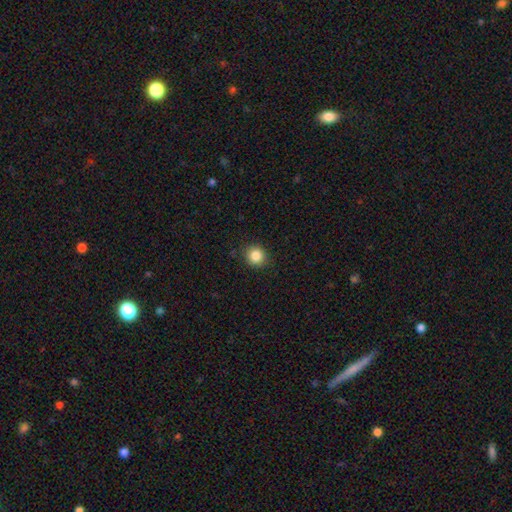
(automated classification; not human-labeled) A smooth galaxy with no disk features (85%) that is round (87%).

Vote fractions:
- Smooth or featured? smooth: 85% / star or artifact: 10% / featured or disk: 5%
- How rounded? round: 87% / in between: 12% / cigar-shaped: 1%
- Merging? none: 87% / minor disturbance: 9% / major disturbance: 2% / merger: 1%